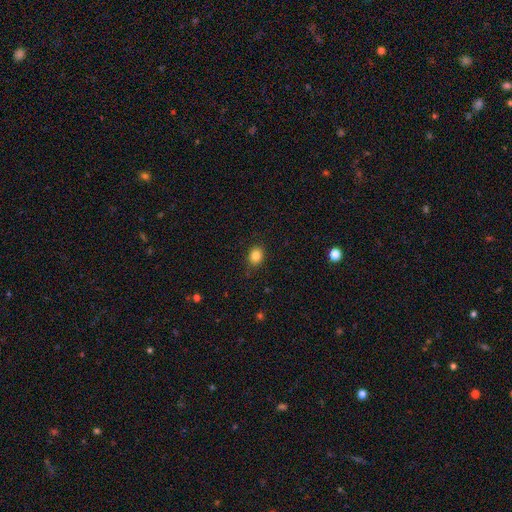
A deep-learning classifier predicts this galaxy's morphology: Smooth or featured? smooth (84%)
How rounded? round (50%)
Merging? none (86%)